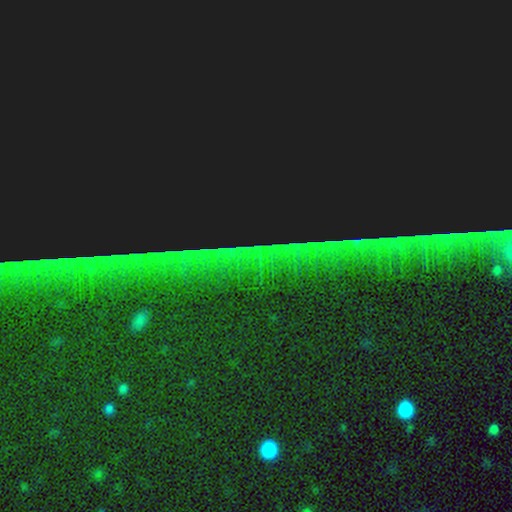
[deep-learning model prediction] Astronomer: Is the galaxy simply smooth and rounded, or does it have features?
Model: star or artifact — 88%.